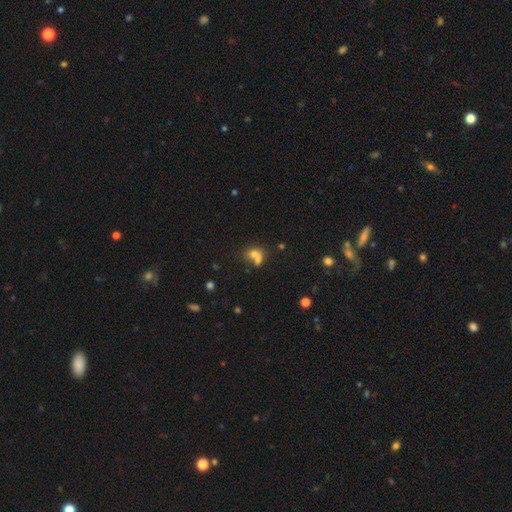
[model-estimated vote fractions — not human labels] smooth 68%, featured or disk 17%, star or artifact 15%. Down the decision tree: how rounded — round (51%); merging — merger (56%).